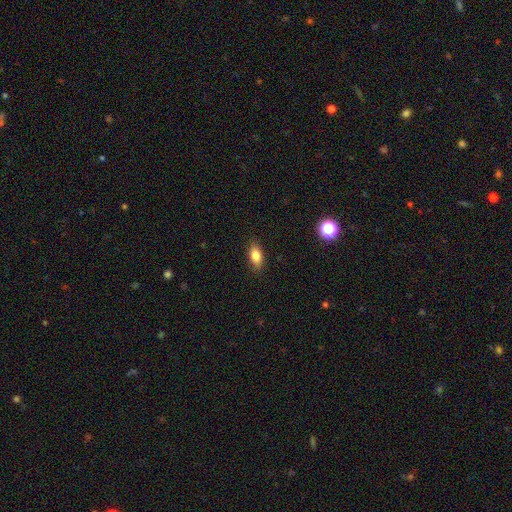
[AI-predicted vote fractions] Q: Smooth or featured?
A: smooth (84%); runner-up: star or artifact (8%)
Q: How rounded?
A: in between (86%); runner-up: cigar-shaped (7%)
Q: Merging?
A: none (87%); runner-up: minor disturbance (10%)